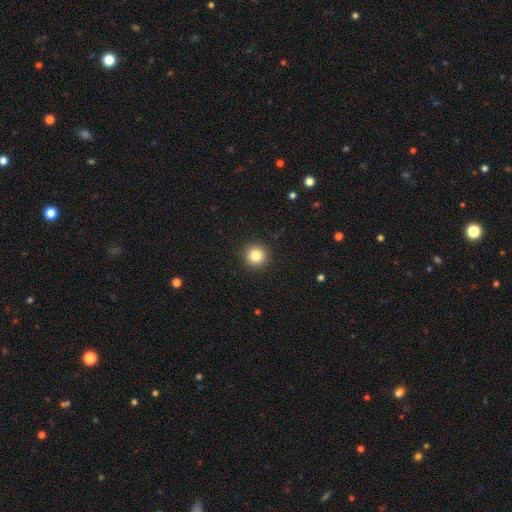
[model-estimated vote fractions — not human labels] smooth_or_featured: smooth (p=0.83) [alt: star or artifact p=0.11]
how_rounded: round (p=0.95) [alt: in between p=0.04]
merging: none (p=0.93) [alt: minor disturbance p=0.05]